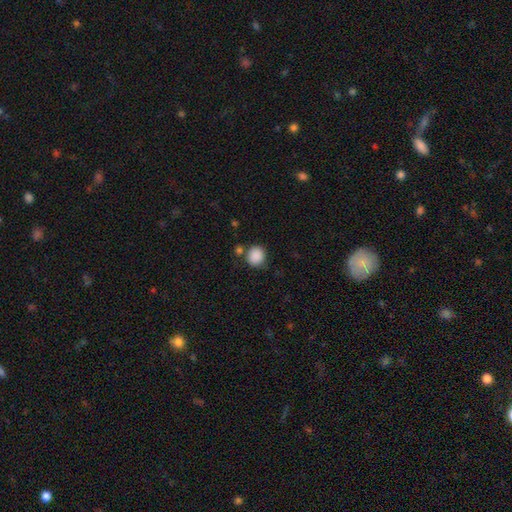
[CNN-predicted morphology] Smooth or featured? smooth (88%)
How rounded? round (84%)
Merging? none (76%)